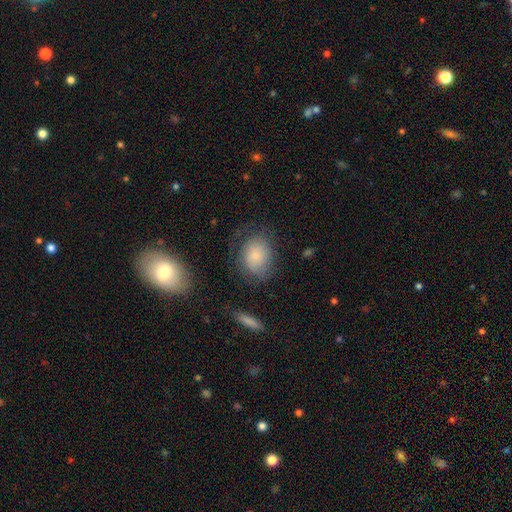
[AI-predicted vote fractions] A smooth galaxy with no disk features (76%) that is in between round and cigar-shaped (59%). Merging: none (64%).